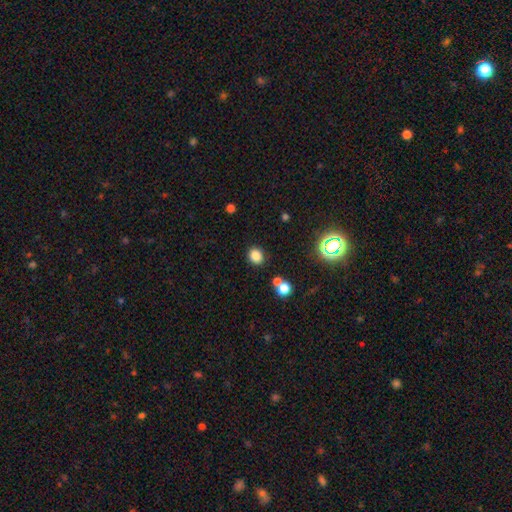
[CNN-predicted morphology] This is clearly a smooth galaxy (81%). How rounded: likely round (69%). Merging: clearly none (84%).